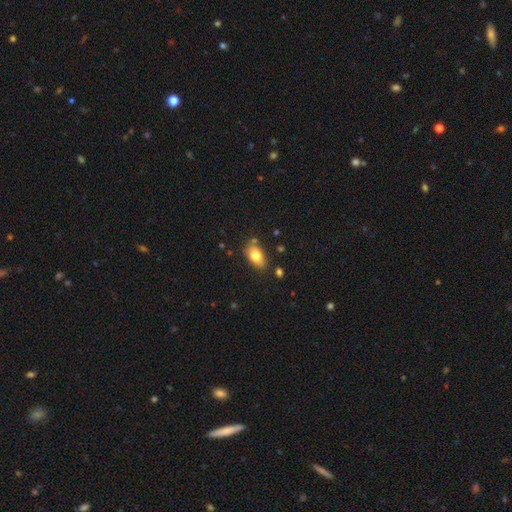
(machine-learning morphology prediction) This appears to be a smooth galaxy with no disk features (79%) that is in between round and cigar-shaped (89%). Merging: none (73%).